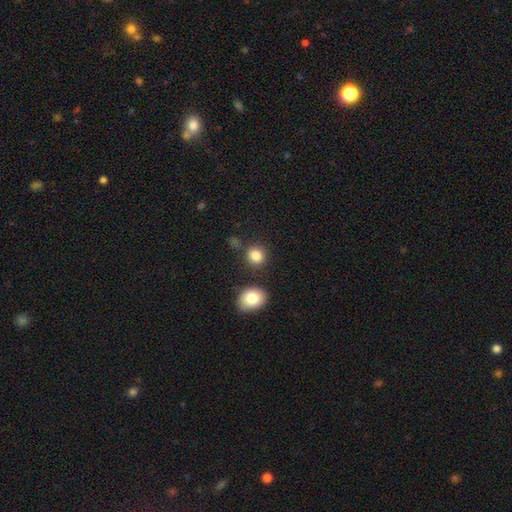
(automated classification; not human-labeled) smooth-or-featured: smooth: 85% | star or artifact: 10% | featured or disk: 5%
  how-rounded: round: 79% | in between: 20% | cigar-shaped: 1%
  merging: none: 79% | minor disturbance: 10% | merger: 8% | major disturbance: 3%